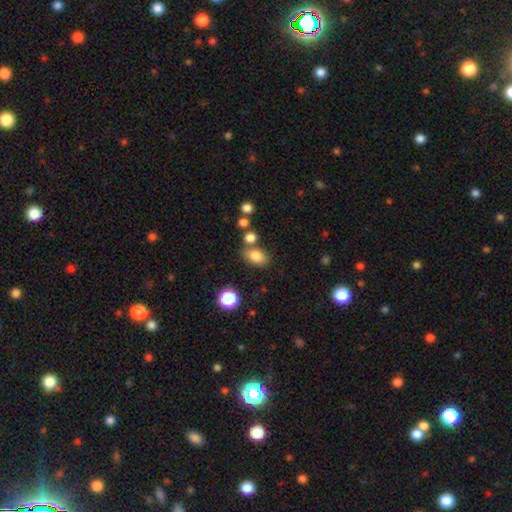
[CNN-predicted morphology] type=smooth (82%); roundness=in between (81%); merging=none (70%).